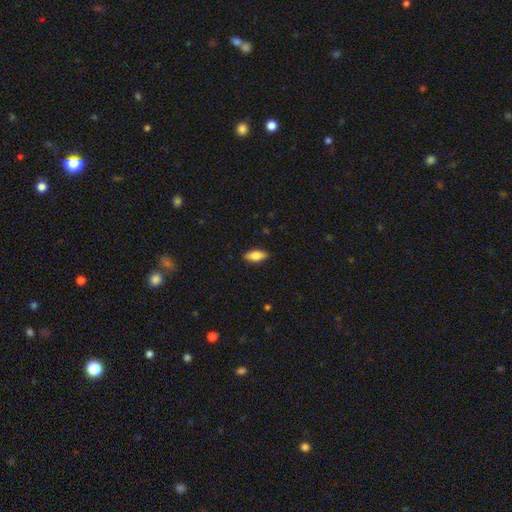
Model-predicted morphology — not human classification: Q: Smooth or featured?
A: smooth (82%); runner-up: featured or disk (12%)
Q: How rounded?
A: in between (86%); runner-up: cigar-shaped (12%)
Q: Merging?
A: none (88%); runner-up: minor disturbance (9%)